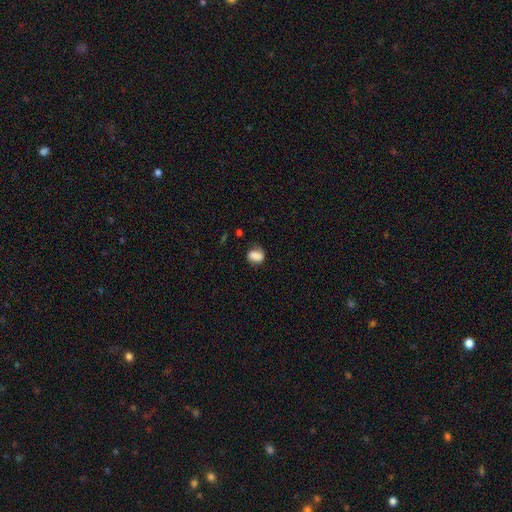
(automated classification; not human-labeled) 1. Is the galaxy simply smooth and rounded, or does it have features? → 81% smooth, 10% featured or disk, 9% star or artifact.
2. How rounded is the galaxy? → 62% in between, 36% round, 2% cigar-shaped.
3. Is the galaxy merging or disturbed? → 66% none, 24% minor disturbance, 7% major disturbance, 3% merger.